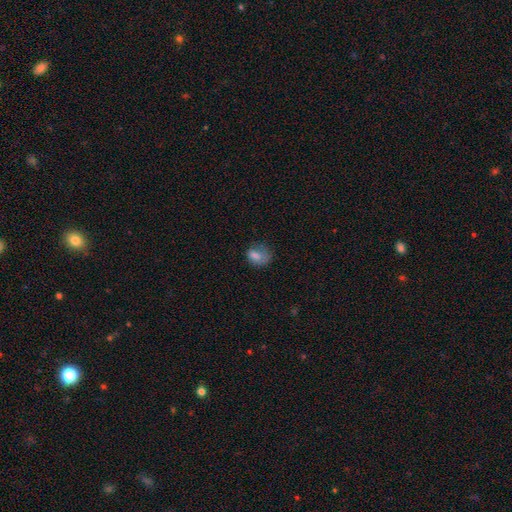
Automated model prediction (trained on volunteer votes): Q: Smooth or featured?
A: smooth (73%); runner-up: featured or disk (15%)
Q: How rounded?
A: in between (71%); runner-up: round (27%)
Q: Merging?
A: none (35%); runner-up: major disturbance (32%)